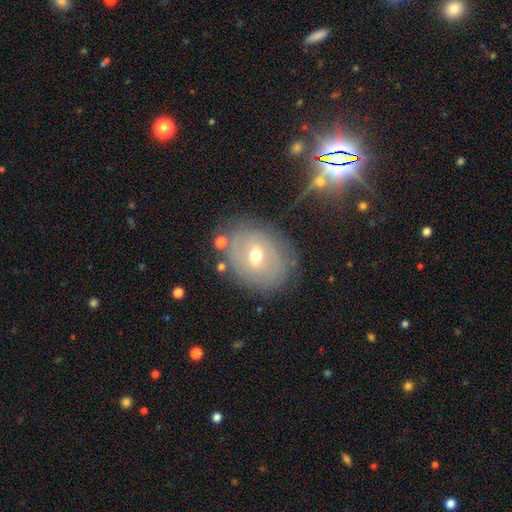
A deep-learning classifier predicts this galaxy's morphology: smooth_or_featured: featured or disk (p=0.62) [alt: smooth p=0.29]
disk_edge_on: no (p=0.94) [alt: yes p=0.06]
bar: weak (p=0.50) [alt: no p=0.33]
has_spiral_arms: yes (p=0.56) [alt: no p=0.44]
bulge_size: moderate (p=0.63) [alt: small p=0.33]
merging: none (p=0.73) [alt: minor disturbance p=0.17]